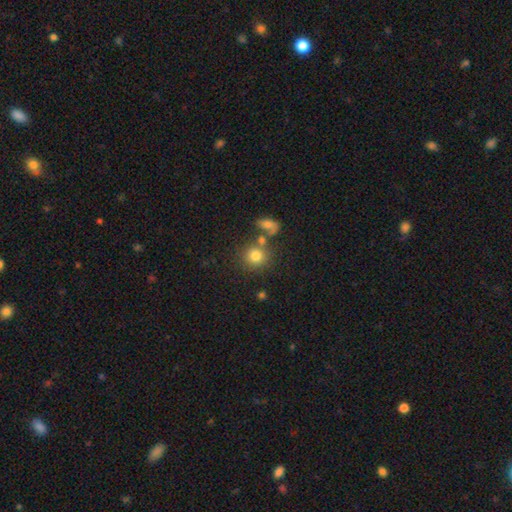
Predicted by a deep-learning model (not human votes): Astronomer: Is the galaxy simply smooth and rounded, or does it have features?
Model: smooth — 78%.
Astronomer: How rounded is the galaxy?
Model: round — 86%.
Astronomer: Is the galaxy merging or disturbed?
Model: none — 64%.